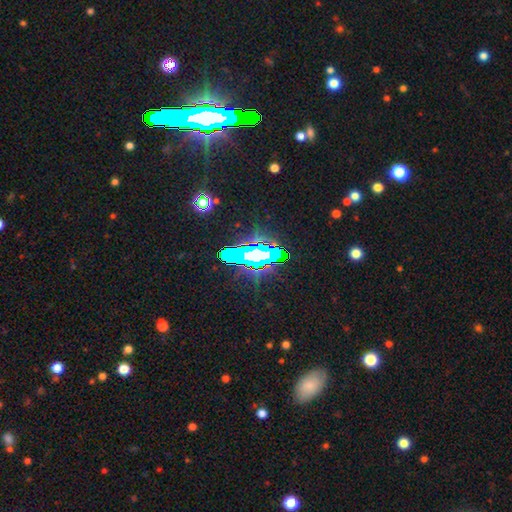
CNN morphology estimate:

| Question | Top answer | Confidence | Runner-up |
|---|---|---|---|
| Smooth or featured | star or artifact | 66% | smooth (17%) |